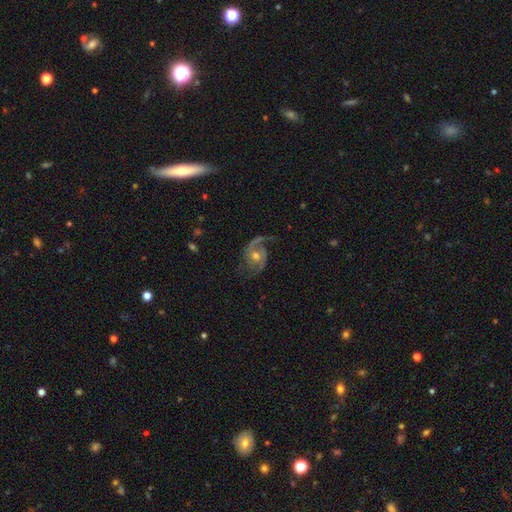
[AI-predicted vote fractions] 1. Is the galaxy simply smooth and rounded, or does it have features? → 87% featured or disk, 7% smooth, 5% star or artifact.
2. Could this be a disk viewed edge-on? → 98% no, 2% yes.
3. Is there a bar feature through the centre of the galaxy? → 66% no, 28% weak, 6% strong.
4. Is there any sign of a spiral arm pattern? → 96% yes, 4% no.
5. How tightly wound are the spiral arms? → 46% medium, 37% loose, 17% tight.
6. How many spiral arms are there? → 82% 2, 9% 1, 4% can't tell, 3% 3, 1% 4, 1% more than 4.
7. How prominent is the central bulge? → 69% moderate, 23% small, 6% large, 2% none, 1% dominant.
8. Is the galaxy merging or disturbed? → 63% none, 19% minor disturbance, 16% major disturbance, 2% merger.